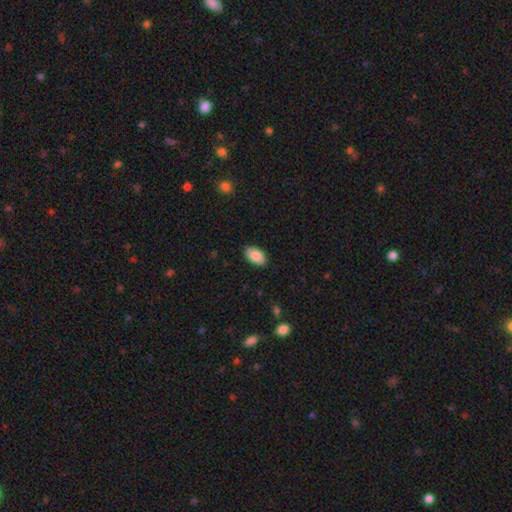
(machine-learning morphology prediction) type=smooth (86%); roundness=in between (94%); merging=none (87%).